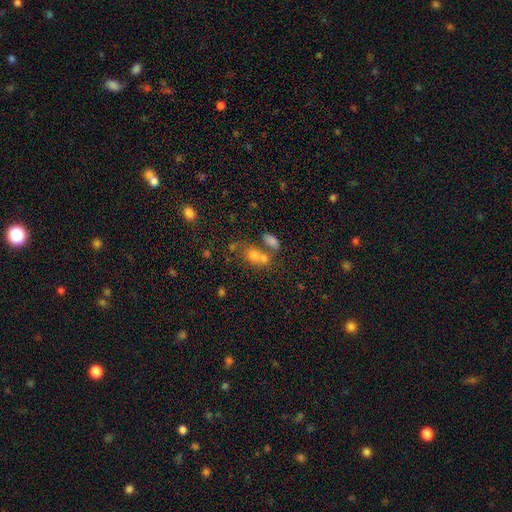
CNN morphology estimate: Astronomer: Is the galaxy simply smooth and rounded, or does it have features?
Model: smooth — 63%.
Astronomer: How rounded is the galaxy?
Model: in between — 54% (runner-up: round, 43%).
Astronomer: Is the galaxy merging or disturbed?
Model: merger — 43% (runner-up: none, 41%).